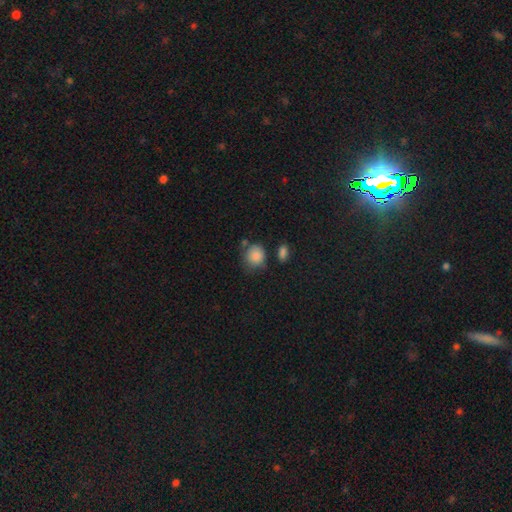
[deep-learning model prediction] This appears to be a smooth galaxy with no disk features (85%) that is round (74%). Merging: none (59%).